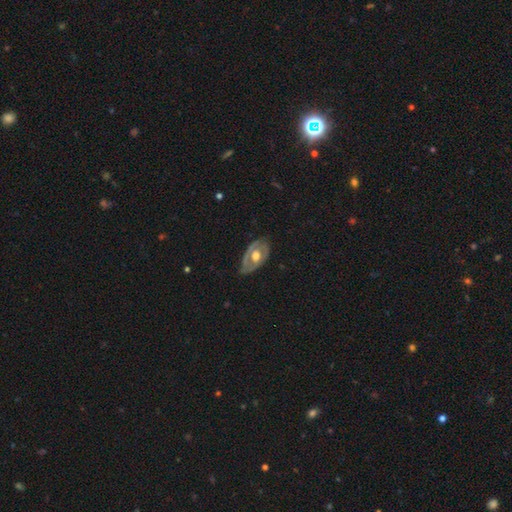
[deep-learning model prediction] A featured or disk galaxy (64%) with no bar (77%), no spiral arms (59%) and a moderate central bulge (56%). Merging: none (60%).